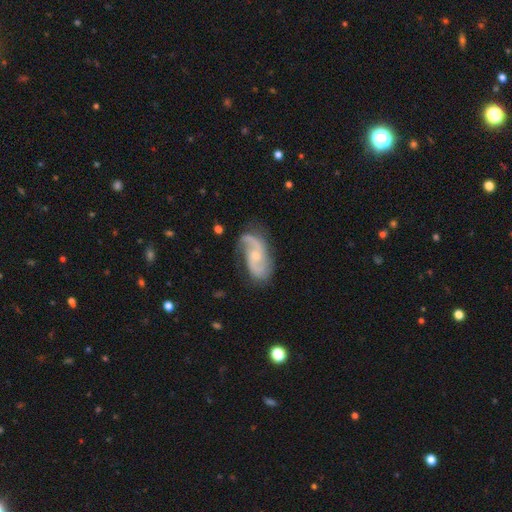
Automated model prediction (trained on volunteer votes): Smooth or featured?
  - featured or disk: 86% *
  - smooth: 9%
  - star or artifact: 5%
Edge-on disk?
  - no: 97% *
  - yes: 3%
Bar?
  - no: 59% *
  - weak: 33%
  - strong: 8%
Spiral arms?
  - yes: 96% *
  - no: 4%
Spiral winding?
  - medium: 43% *
  - loose: 42%
  - tight: 14%
Spiral arm count?
  - 2: 87% *
  - can't tell: 4%
  - 1: 4%
  - 3: 2%
  - 4: 1%
  - more than 4: 1%
Bulge size?
  - small: 61% *
  - moderate: 34%
  - none: 3%
  - large: 1%
  - dominant: 1%
Merging?
  - none: 69% *
  - minor disturbance: 20%
  - major disturbance: 9%
  - merger: 2%